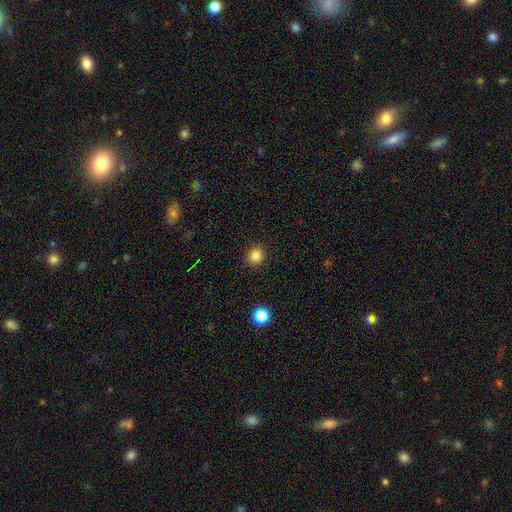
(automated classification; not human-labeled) smooth 85%, star or artifact 11%, featured or disk 4%. Down the decision tree: how rounded — round (84%); merging — none (90%).